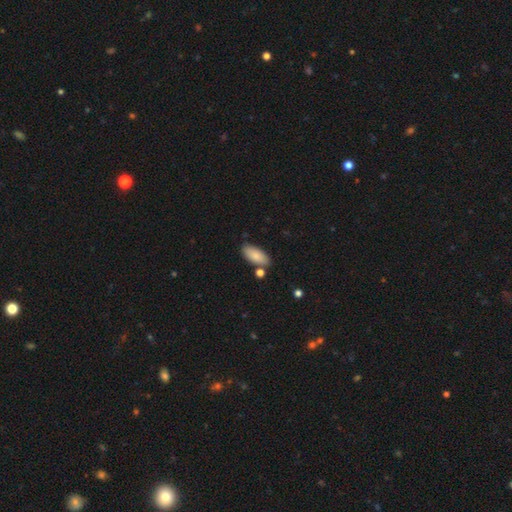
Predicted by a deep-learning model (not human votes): The model was most divided on "merging": none: 76%, minor disturbance: 13%, merger: 8%, major disturbance: 3%. More confident: how rounded — in between (87%); smooth or featured — smooth (85%).